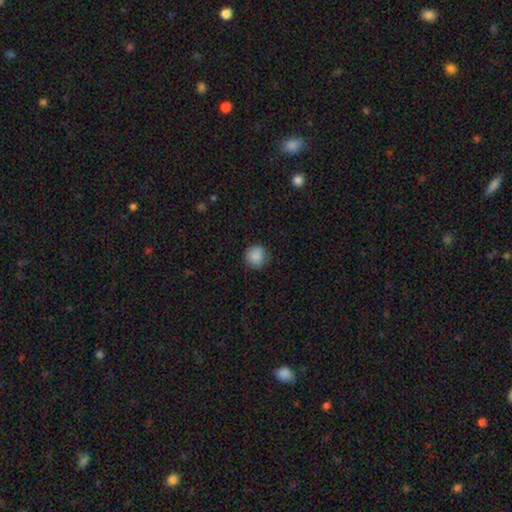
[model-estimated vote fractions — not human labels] smooth-or-featured: smooth: 88% | star or artifact: 9% | featured or disk: 4%
  how-rounded: round: 91% | in between: 8% | cigar-shaped: 1%
  merging: none: 84% | minor disturbance: 12% | major disturbance: 3% | merger: 1%